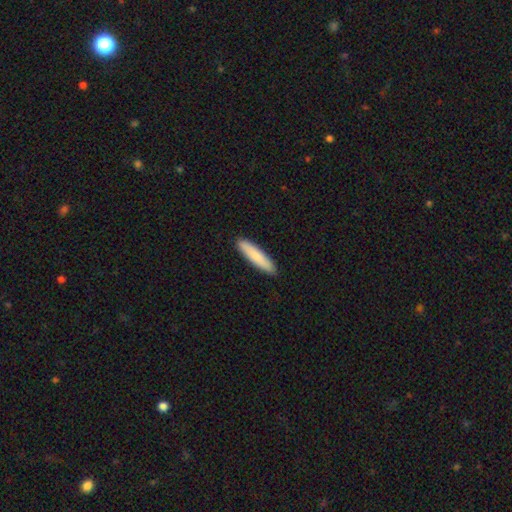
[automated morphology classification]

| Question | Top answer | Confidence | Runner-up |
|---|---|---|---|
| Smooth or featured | smooth | 84% | featured or disk (11%) |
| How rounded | cigar-shaped | 86% | in between (13%) |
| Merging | none | 91% | minor disturbance (7%) |